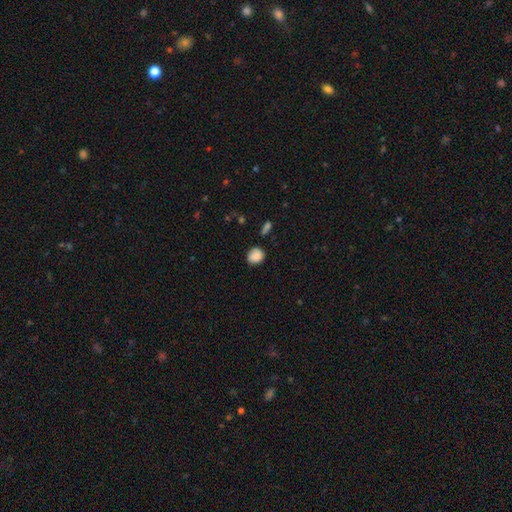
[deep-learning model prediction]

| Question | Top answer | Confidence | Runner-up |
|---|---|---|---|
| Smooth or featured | smooth | 87% | star or artifact (8%) |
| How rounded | round | 67% | in between (32%) |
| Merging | none | 76% | minor disturbance (18%) |